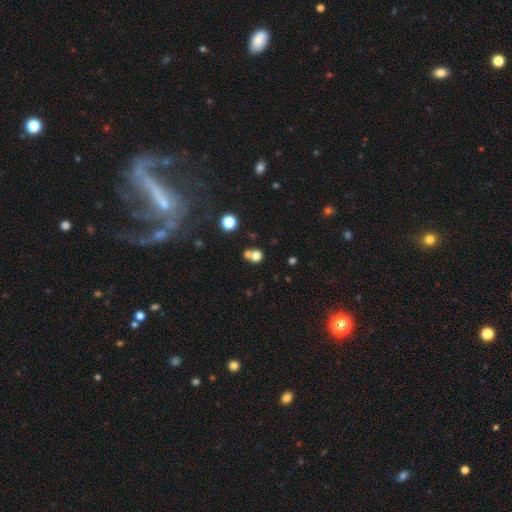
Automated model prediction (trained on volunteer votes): Q: Smooth or featured?
A: smooth (75%); runner-up: star or artifact (14%)
Q: How rounded?
A: round (82%); runner-up: in between (17%)
Q: Merging?
A: none (44%); tied with: merger (44%)